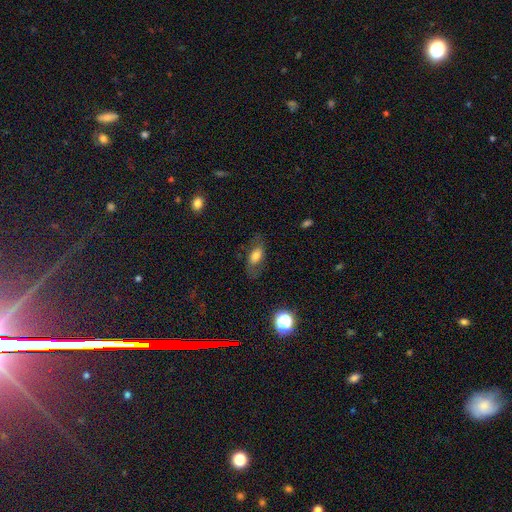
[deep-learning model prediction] Smooth or featured: smooth — 59% (featured or disk — 30%)
How rounded: in between — 85% (round — 8%)
Merging: none — 71% (minor disturbance — 17%)